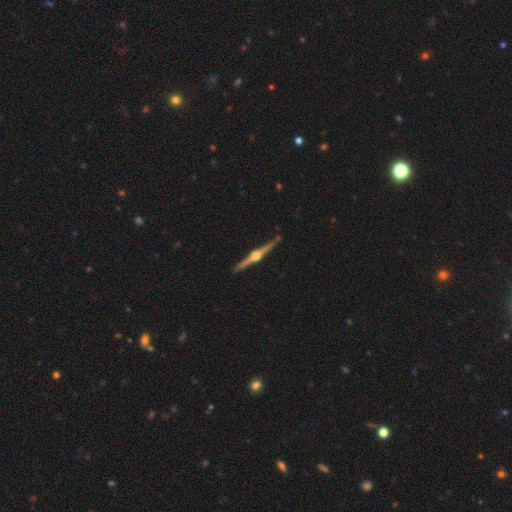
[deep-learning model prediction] Q: Smooth or featured?
A: featured or disk (89%); runner-up: smooth (7%)
Q: Edge-on disk?
A: yes (99%); runner-up: no (1%)
Q: Edge-on bulge?
A: rounded (96%); runner-up: boxy (2%)
Q: Merging?
A: none (90%); runner-up: minor disturbance (7%)